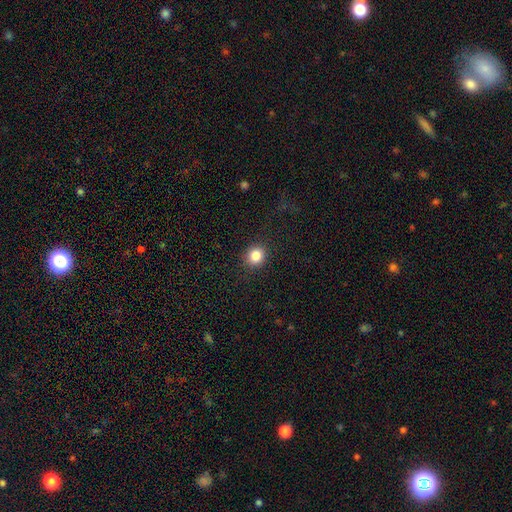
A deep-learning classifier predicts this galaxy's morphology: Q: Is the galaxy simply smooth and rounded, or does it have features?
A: smooth — 85%.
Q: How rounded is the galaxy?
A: round — 83%.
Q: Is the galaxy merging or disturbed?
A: none — 88%.